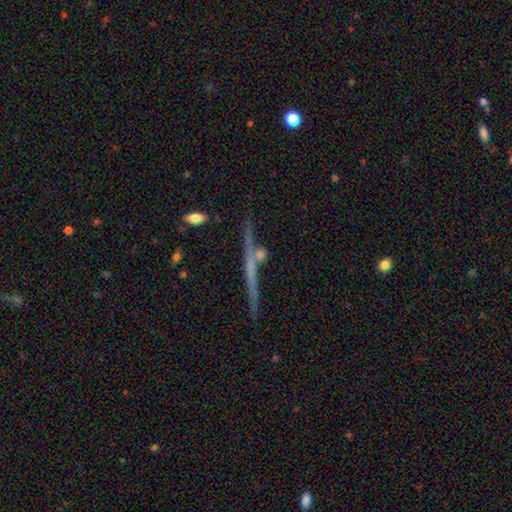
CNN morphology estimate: smooth-or-featured: featured or disk: 44% | smooth: 36% | star or artifact: 20%
  merging: none: 67% | merger: 14% | minor disturbance: 13% | major disturbance: 7%